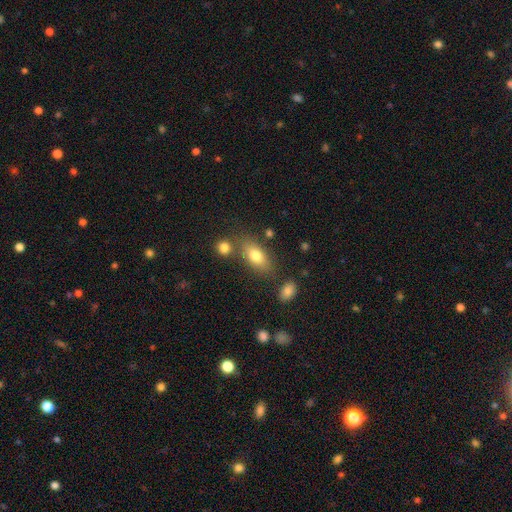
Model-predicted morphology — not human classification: type=smooth (76%); roundness=in between (82%); merging=none (69%).